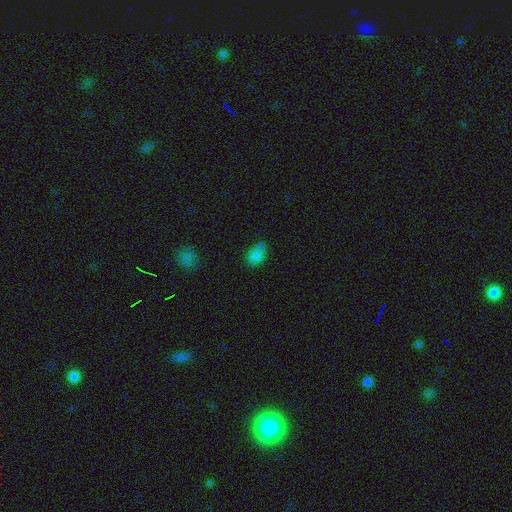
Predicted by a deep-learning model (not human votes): Q: Smooth or featured?
A: smooth (81%); runner-up: star or artifact (13%)
Q: How rounded?
A: in between (75%); runner-up: round (23%)
Q: Merging?
A: none (52%); runner-up: minor disturbance (32%)